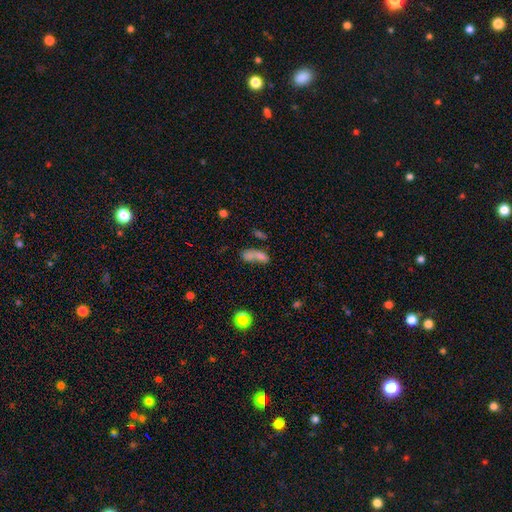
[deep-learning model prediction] Overall: smooth (70%). How rounded: in between (72%). Merging: merger (61%; none 21%).